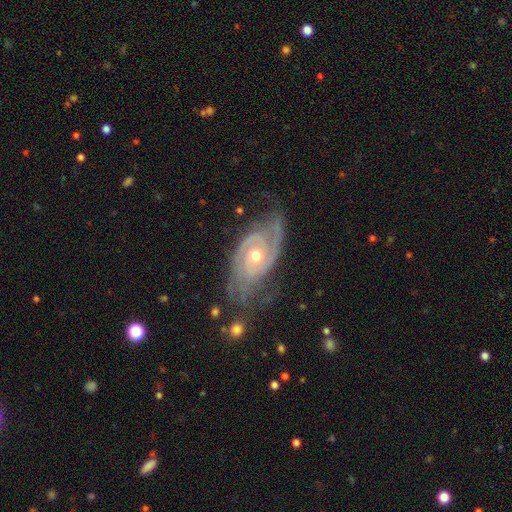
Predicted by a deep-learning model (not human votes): Q: Smooth or featured?
A: featured or disk (90%); runner-up: star or artifact (5%)
Q: Edge-on disk?
A: no (96%); runner-up: yes (4%)
Q: Bar?
A: no (70%); runner-up: weak (23%)
Q: Spiral arms?
A: yes (97%); runner-up: no (3%)
Q: Spiral winding?
A: tight (60%); runner-up: medium (32%)
Q: Spiral arm count?
A: 2 (50%); runner-up: 3 (22%)
Q: Bulge size?
A: moderate (70%); runner-up: small (25%)
Q: Merging?
A: none (65%); runner-up: minor disturbance (23%)